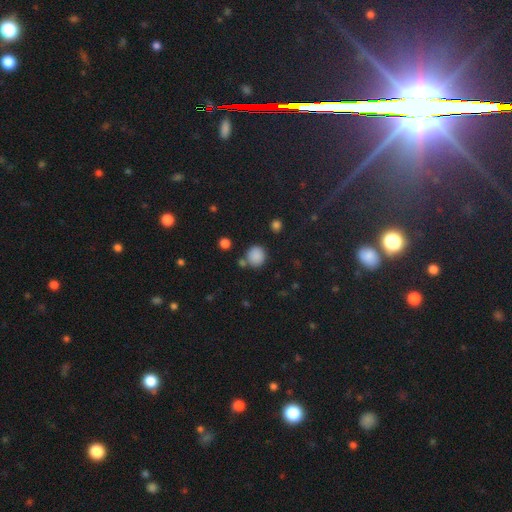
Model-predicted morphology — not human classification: A smooth galaxy with no disk features (85%) that is round (87%). Merging: none (76%).